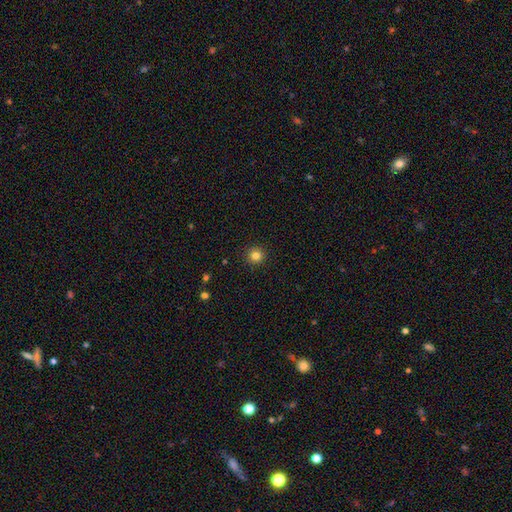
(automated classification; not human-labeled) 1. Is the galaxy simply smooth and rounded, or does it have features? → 81% smooth, 13% star or artifact, 5% featured or disk.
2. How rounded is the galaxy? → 95% round, 4% in between, 1% cigar-shaped.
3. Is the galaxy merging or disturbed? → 92% none, 5% minor disturbance, 2% major disturbance, 1% merger.